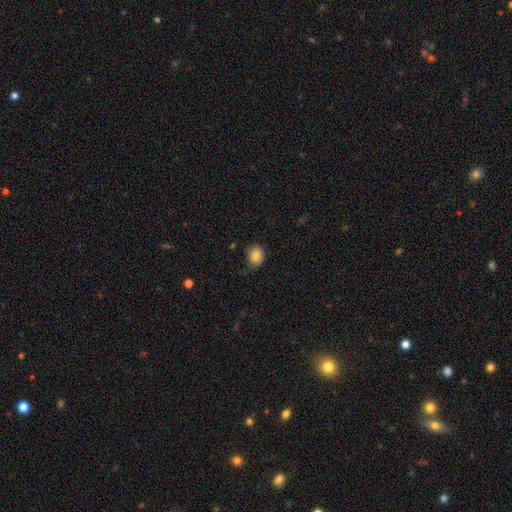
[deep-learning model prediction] This appears to be a smooth galaxy with no disk features (82%) that is round (67%). Merging: none (73%).